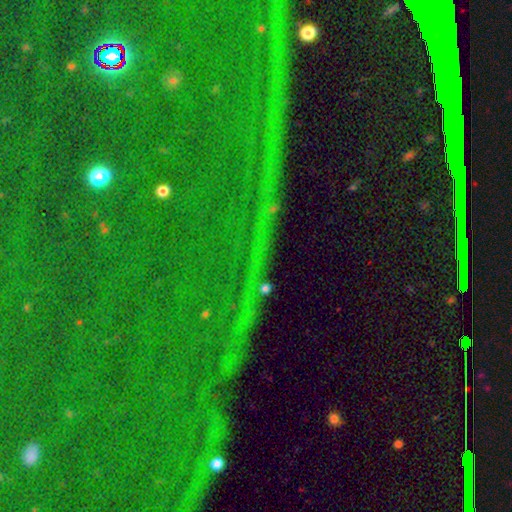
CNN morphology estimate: The model was most divided on "smooth or featured": star or artifact: 85%, featured or disk: 8%, smooth: 7%.